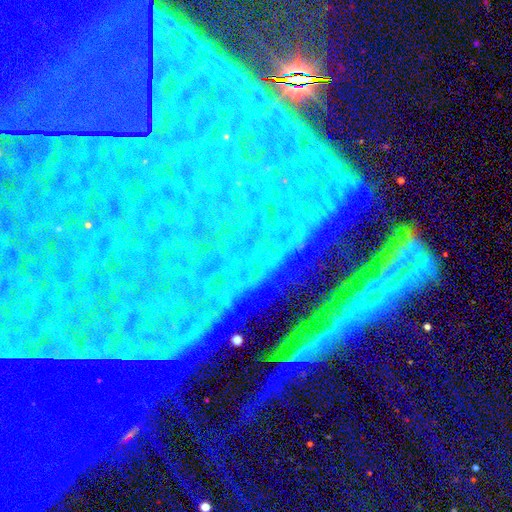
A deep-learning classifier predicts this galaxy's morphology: Overall: star or artifact (85%).